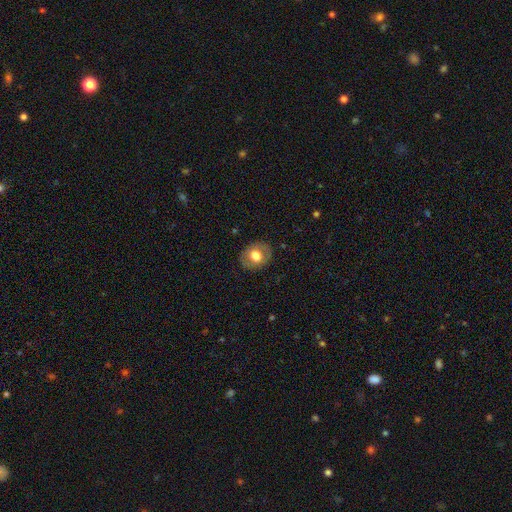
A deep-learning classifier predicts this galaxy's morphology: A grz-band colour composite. It shows a smooth galaxy with no disk features (64%) that is round (61%). Merging: none (84%).